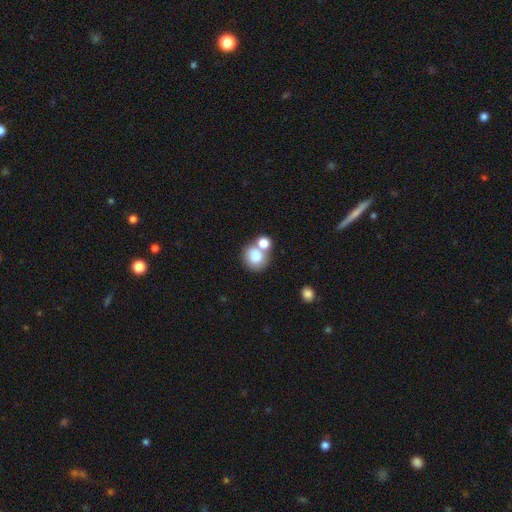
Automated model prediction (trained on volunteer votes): Q: Smooth or featured?
A: smooth (80%); runner-up: featured or disk (11%)
Q: How rounded?
A: round (76%); runner-up: in between (23%)
Q: Merging?
A: none (44%); runner-up: merger (41%)